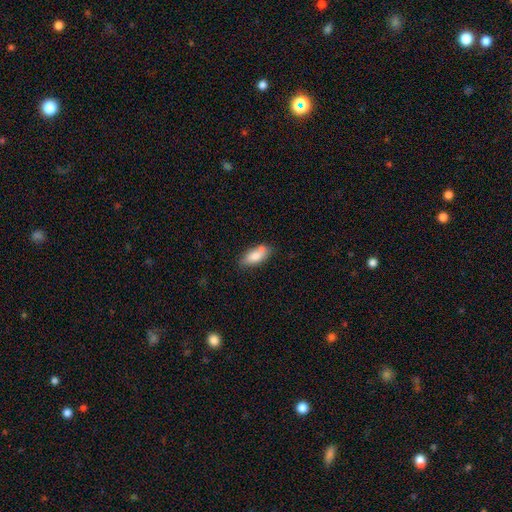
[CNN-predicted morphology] A smooth galaxy with no disk features (78%) that is in between round and cigar-shaped (82%). Merging: none (63%).